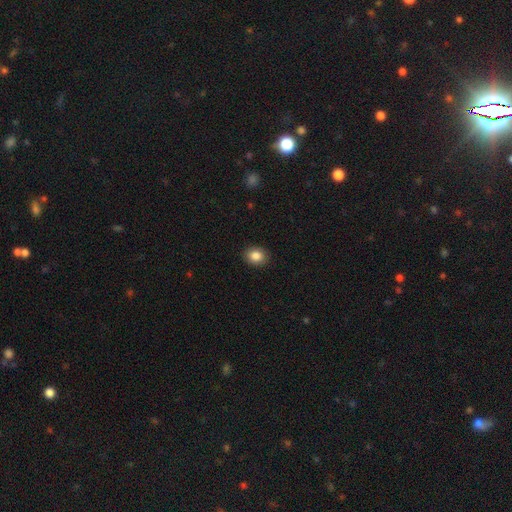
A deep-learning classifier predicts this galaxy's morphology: A smooth galaxy with no disk features (86%) that is round (53%). Merging: none (90%).